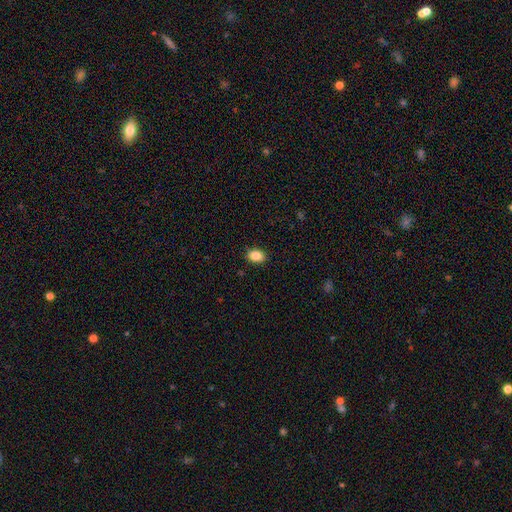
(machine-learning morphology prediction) Smooth or featured: smooth — 87% (star or artifact — 9%)
How rounded: in between — 76% (round — 23%)
Merging: none — 89% (minor disturbance — 8%)